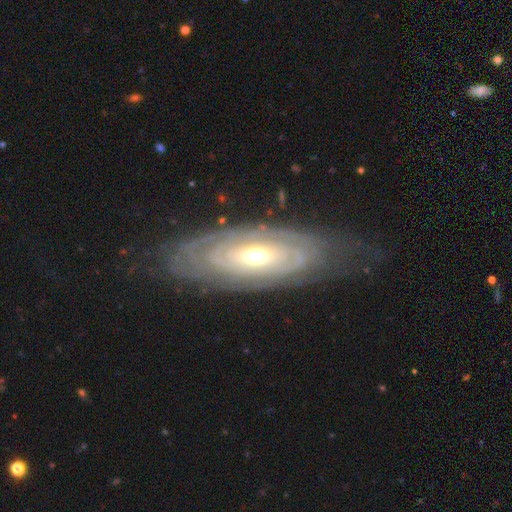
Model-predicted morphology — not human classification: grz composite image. It shows a featured or disk galaxy (81%) with no bar (69%), tight (80%) spiral arms (81%) and a moderate central bulge (63%). Merging: none (73%).